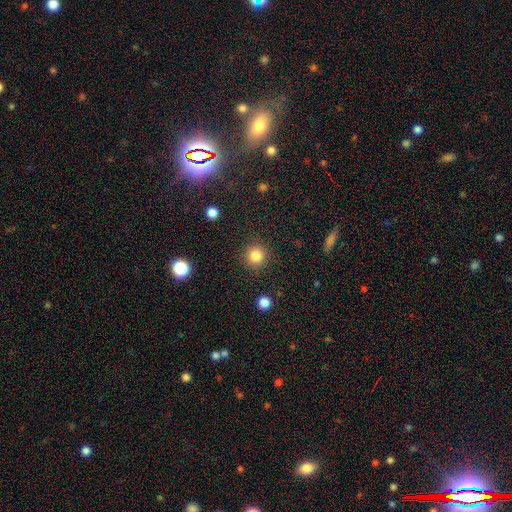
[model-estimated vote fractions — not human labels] This is clearly a smooth galaxy (83%). How rounded: clearly round (94%). Merging: clearly none (90%).